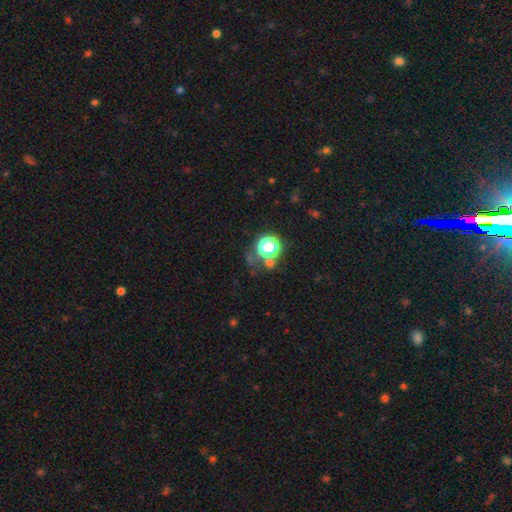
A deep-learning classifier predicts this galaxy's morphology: type=star or artifact (67%).